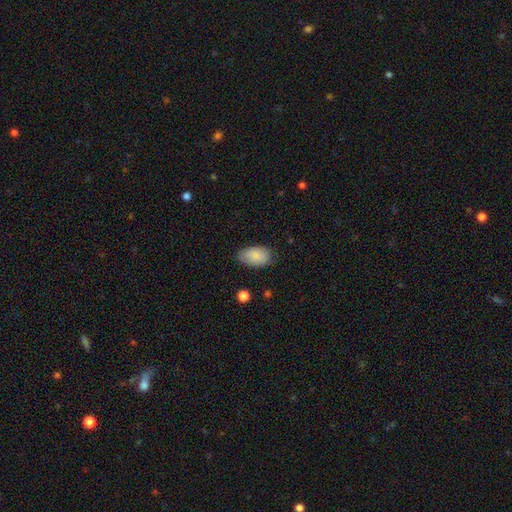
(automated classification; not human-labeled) A smooth galaxy with no disk features (87%) that is in between round and cigar-shaped (93%).

Vote fractions:
- Smooth or featured? smooth: 87% / star or artifact: 7% / featured or disk: 6%
- How rounded? in between: 93% / round: 6% / cigar-shaped: 1%
- Merging? none: 76% / minor disturbance: 19% / major disturbance: 4% / merger: 1%